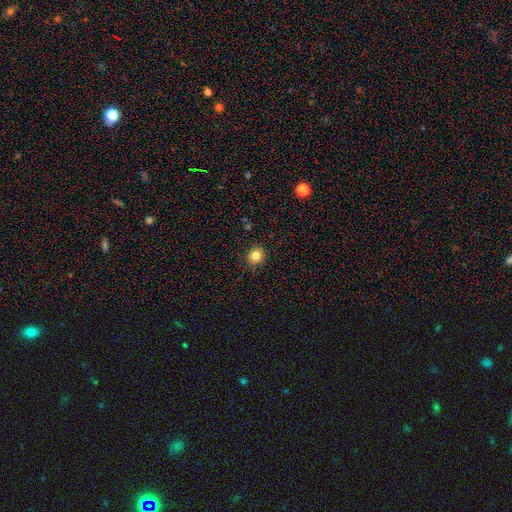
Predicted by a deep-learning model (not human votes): Morphology: type=smooth (83%); roundness=round (84%); merging=none (89%).